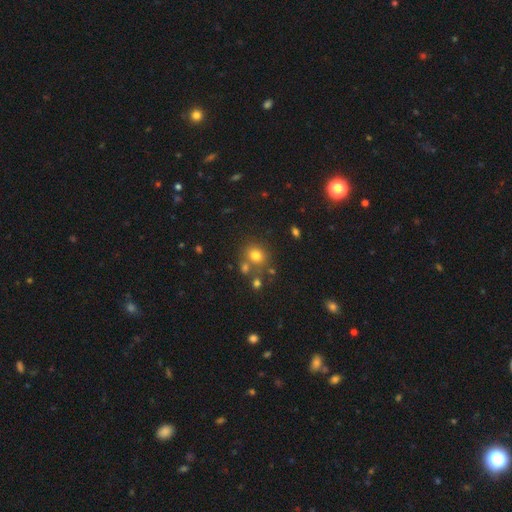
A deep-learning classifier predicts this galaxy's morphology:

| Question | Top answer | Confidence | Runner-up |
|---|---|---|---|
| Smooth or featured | smooth | 74% | star or artifact (17%) |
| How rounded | round | 77% | in between (22%) |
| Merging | none | 68% | merger (17%) |